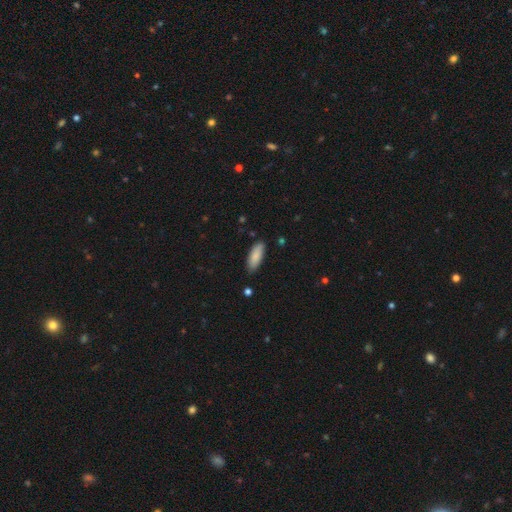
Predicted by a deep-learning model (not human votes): smooth_or_featured: smooth (p=0.87) [alt: featured or disk p=0.07]
how_rounded: in between (p=0.69) [alt: cigar-shaped p=0.30]
merging: none (p=0.84) [alt: minor disturbance p=0.12]